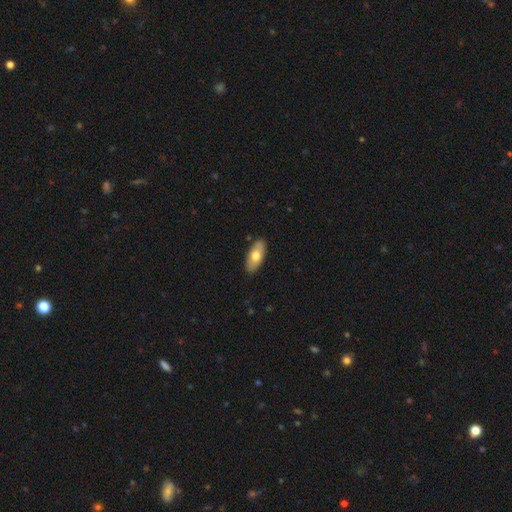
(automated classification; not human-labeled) This appears to be a smooth galaxy with no disk features (67%) that is in between round and cigar-shaped (89%). Merging: none (87%).